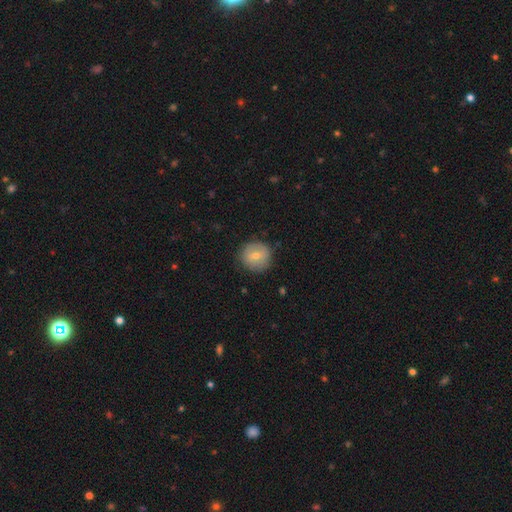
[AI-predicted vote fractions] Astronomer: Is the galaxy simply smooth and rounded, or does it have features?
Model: smooth — 72%.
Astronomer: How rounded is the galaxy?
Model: round — 91%.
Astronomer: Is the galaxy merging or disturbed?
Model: none — 84%.